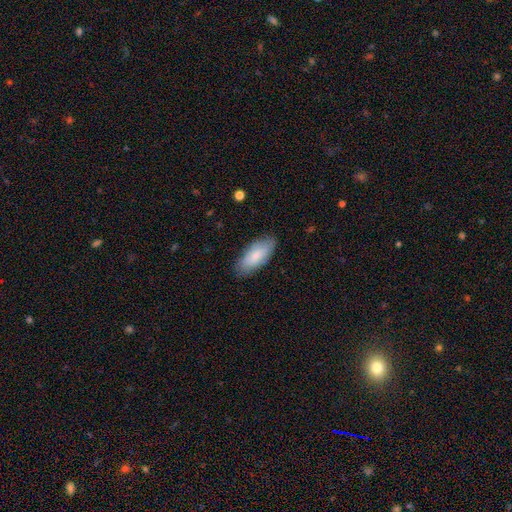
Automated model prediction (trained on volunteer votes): smooth-or-featured: smooth: 81% | featured or disk: 13% | star or artifact: 6%
  how-rounded: in between: 86% | cigar-shaped: 12% | round: 2%
  merging: none: 83% | minor disturbance: 13% | major disturbance: 3% | merger: 1%